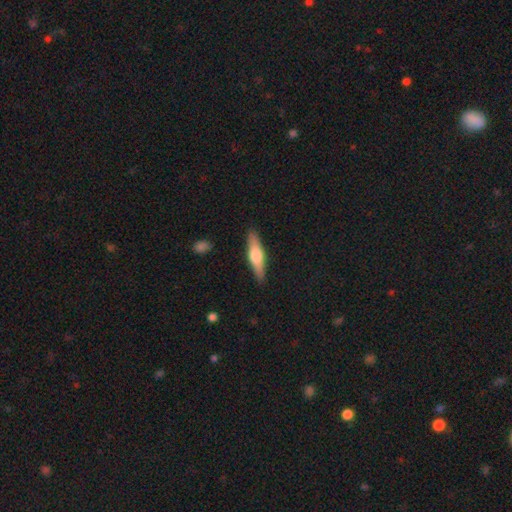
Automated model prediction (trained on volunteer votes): Smooth or featured? Predicted: featured or disk (p=0.50). Edge-on disk? Predicted: yes (p=0.94). Merging? Predicted: none (p=0.89).